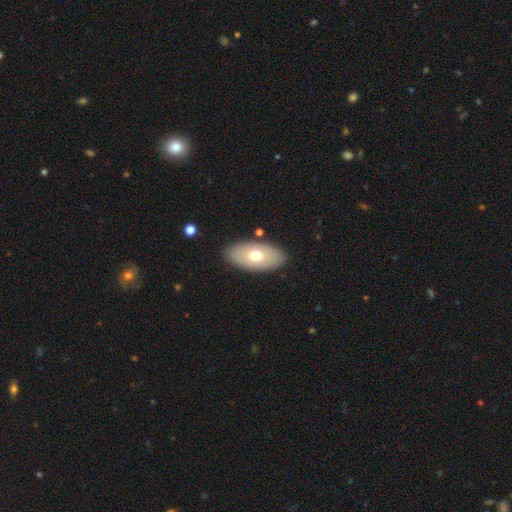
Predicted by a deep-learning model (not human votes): smooth-or-featured: smooth: 64% | featured or disk: 29% | star or artifact: 7%
  how-rounded: in between: 93% | round: 4% | cigar-shaped: 3%
  merging: none: 86% | minor disturbance: 9% | major disturbance: 3% | merger: 2%